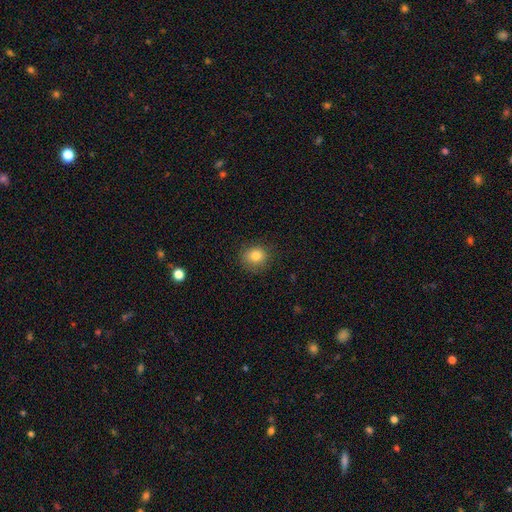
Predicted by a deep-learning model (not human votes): Overall: smooth (82%). How rounded: round (79%). Merging: none (84%).